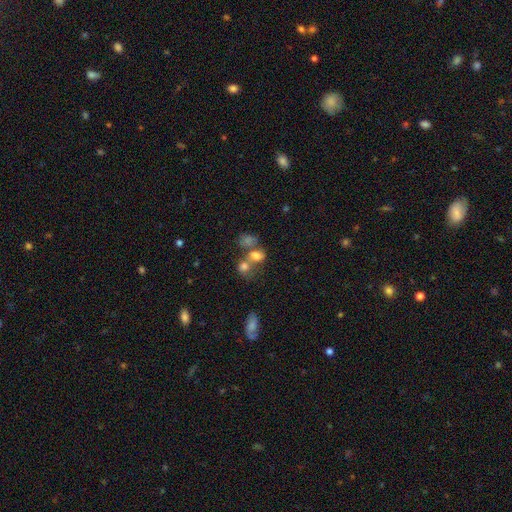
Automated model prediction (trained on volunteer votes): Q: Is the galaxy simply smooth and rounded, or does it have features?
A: smooth — 70%.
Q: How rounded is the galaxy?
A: in between — 60%.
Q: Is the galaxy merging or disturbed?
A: merger — 52%.